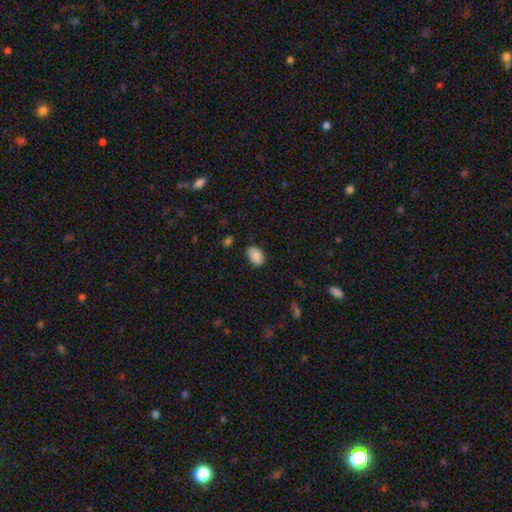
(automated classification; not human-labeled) Morphology: type=smooth (88%); roundness=in between (83%); merging=none (70%).